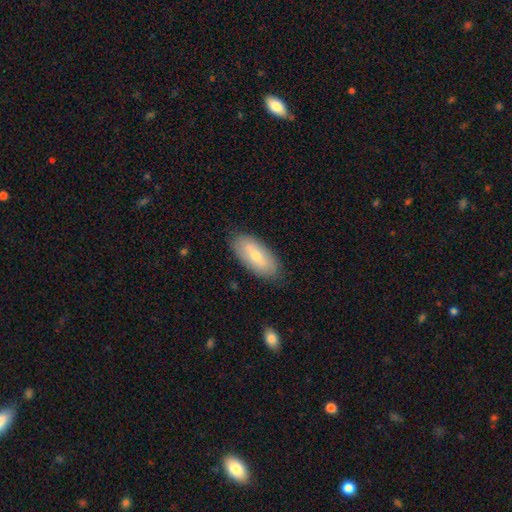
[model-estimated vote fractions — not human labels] Overall: smooth (66%; featured or disk 28%). How rounded: in between (87%). Merging: none (84%).